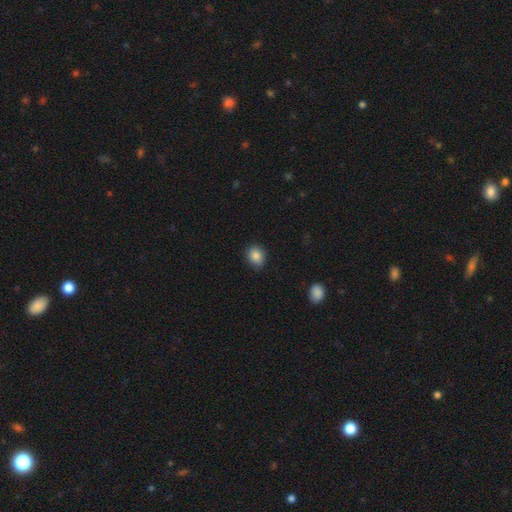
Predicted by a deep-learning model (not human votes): smooth-or-featured: smooth: 85% | star or artifact: 10% | featured or disk: 6%
  how-rounded: round: 68% | in between: 31% | cigar-shaped: 1%
  merging: none: 82% | minor disturbance: 15% | major disturbance: 2% | merger: 1%